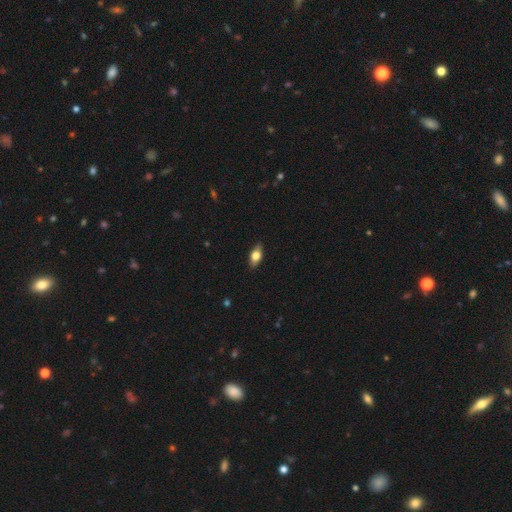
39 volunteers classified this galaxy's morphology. smooth 69%, featured or disk 26%, star or artifact 5%. Down the decision tree: how rounded — in between (85%); merging — none (78%).